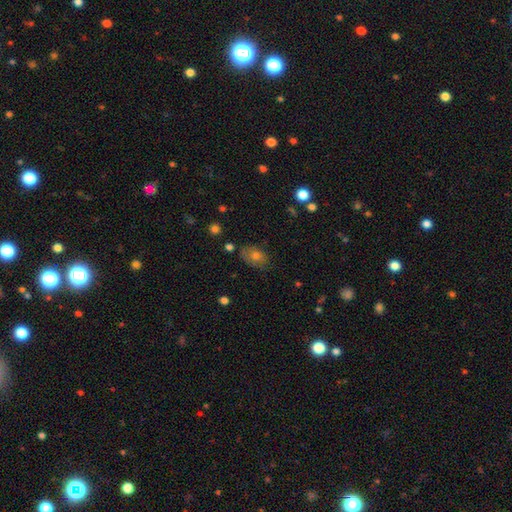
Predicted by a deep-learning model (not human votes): This is likely a smooth galaxy (69%). How rounded: likely in between (80%). Merging: likely none (74%).